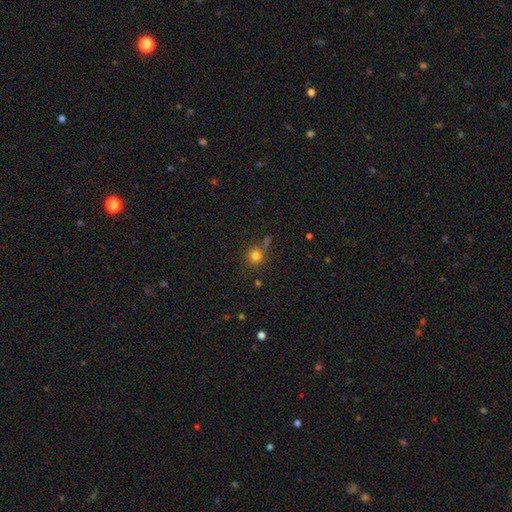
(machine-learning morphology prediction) type=smooth (79%); roundness=round (91%); merging=none (72%).